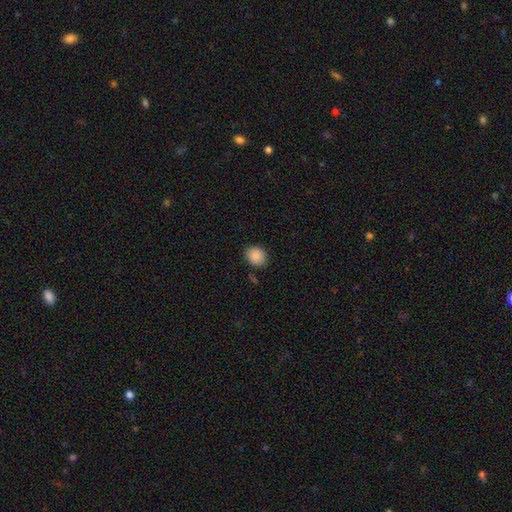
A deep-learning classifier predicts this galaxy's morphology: smooth_or_featured: smooth (p=0.88) [alt: star or artifact p=0.09]
how_rounded: round (p=0.61) [alt: in between p=0.38]
merging: none (p=0.83) [alt: minor disturbance p=0.11]